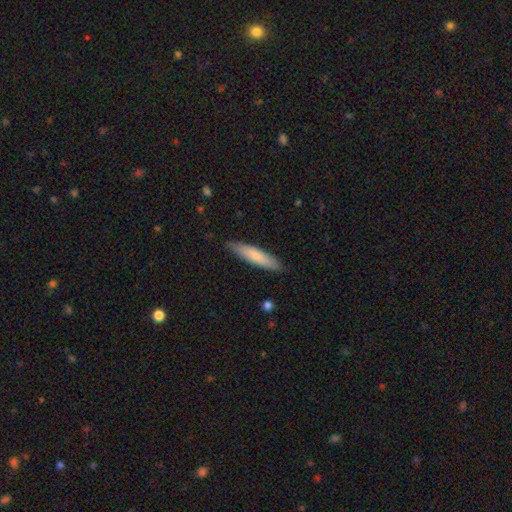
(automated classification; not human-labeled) A smooth galaxy with no disk features (78%) that is cigar-shaped (81%).

Vote fractions:
- Smooth or featured? smooth: 78% / featured or disk: 17% / star or artifact: 5%
- How rounded? cigar-shaped: 81% / in between: 18% / round: 1%
- Merging? none: 86% / minor disturbance: 12% / major disturbance: 2% / merger: 1%